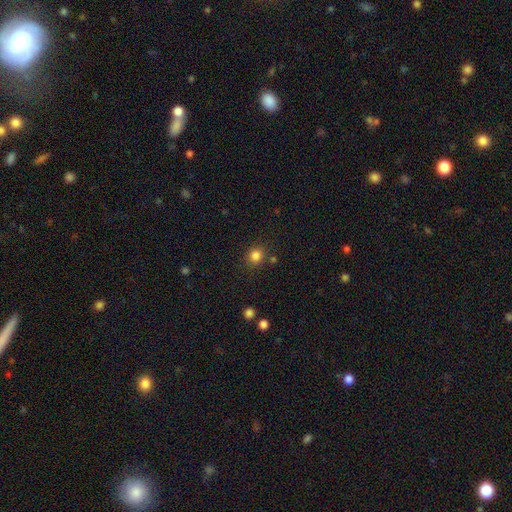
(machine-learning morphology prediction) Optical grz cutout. It shows a smooth galaxy with no disk features (83%) that is round (86%). Merging: none (82%).